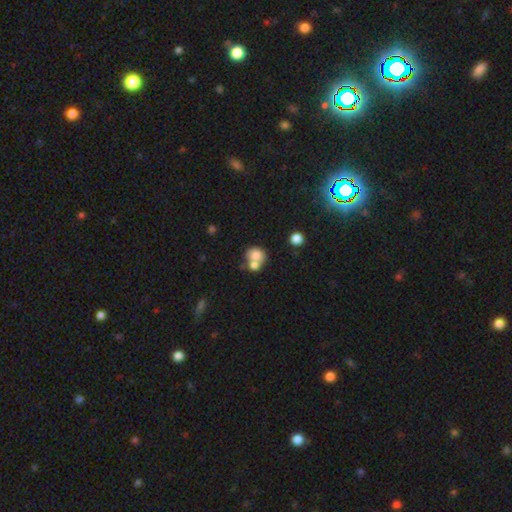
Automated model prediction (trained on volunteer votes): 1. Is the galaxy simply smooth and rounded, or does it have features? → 74% smooth, 16% featured or disk, 10% star or artifact.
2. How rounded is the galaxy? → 70% round, 29% in between, 1% cigar-shaped.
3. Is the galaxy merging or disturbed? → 58% merger, 30% none, 8% minor disturbance, 4% major disturbance.